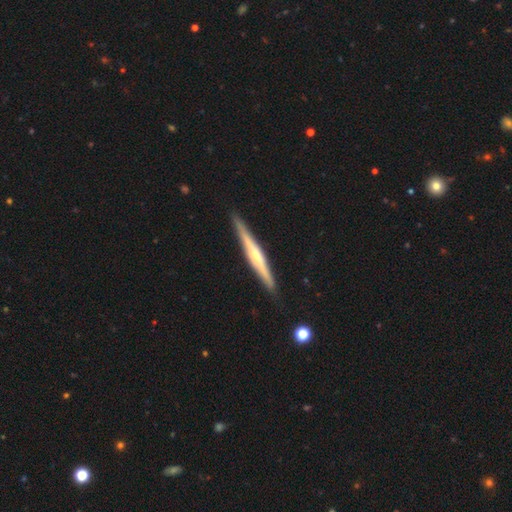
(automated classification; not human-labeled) A featured or disk galaxy (71%) viewed edge-on (98%) with a rounded central bulge (77%). Merging: none (90%).